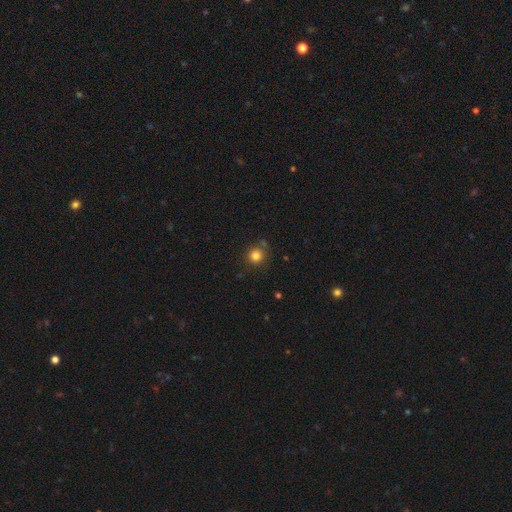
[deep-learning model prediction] A smooth galaxy with no disk features (82%) that is round (93%). Merging: none (81%).